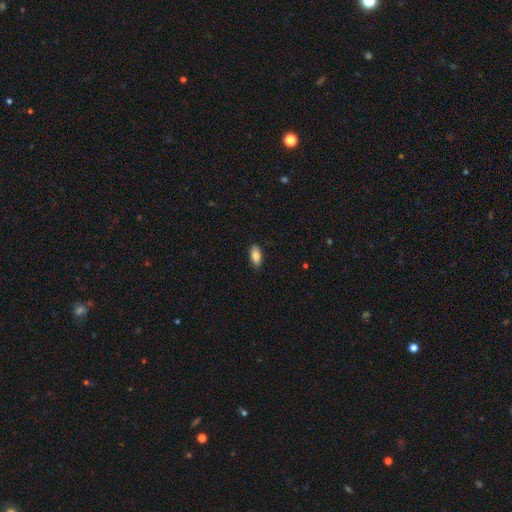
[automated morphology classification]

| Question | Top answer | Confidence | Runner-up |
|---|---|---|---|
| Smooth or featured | smooth | 84% | featured or disk (9%) |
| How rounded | in between | 89% | cigar-shaped (8%) |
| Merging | none | 87% | minor disturbance (10%) |